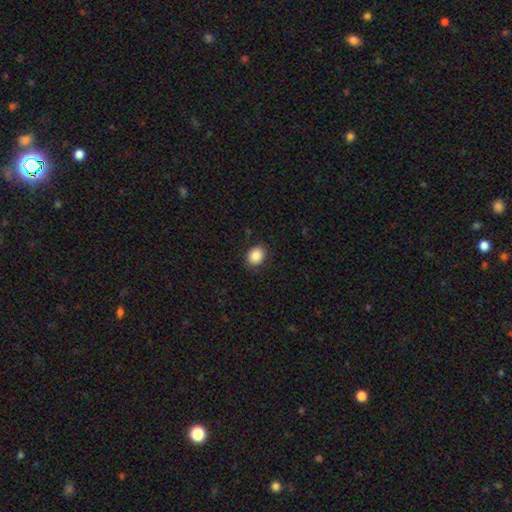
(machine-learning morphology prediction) Q: Smooth or featured?
A: smooth (86%); runner-up: star or artifact (9%)
Q: How rounded?
A: round (54%); runner-up: in between (45%)
Q: Merging?
A: none (89%); runner-up: minor disturbance (8%)